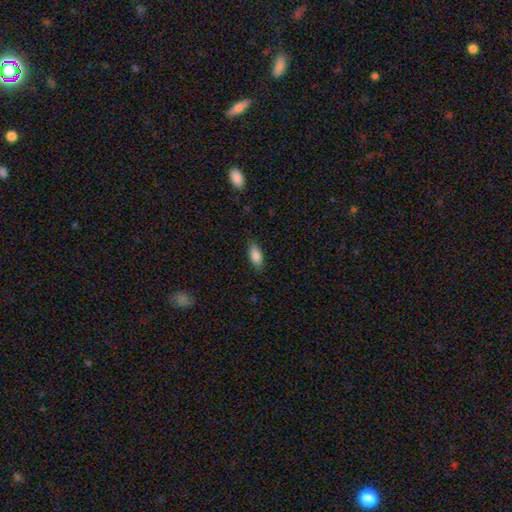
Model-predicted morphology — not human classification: smooth-or-featured: smooth: 86% | featured or disk: 7% | star or artifact: 7%
  how-rounded: in between: 85% | cigar-shaped: 12% | round: 3%
  merging: none: 83% | minor disturbance: 14% | major disturbance: 3% | merger: 1%